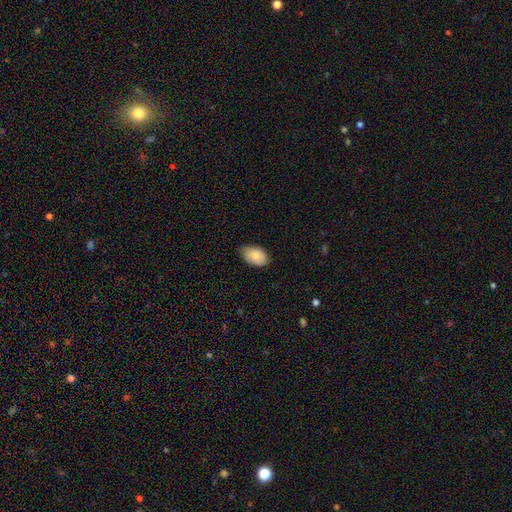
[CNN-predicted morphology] Q: Smooth or featured?
A: smooth (85%); runner-up: featured or disk (9%)
Q: How rounded?
A: in between (91%); runner-up: round (8%)
Q: Merging?
A: none (67%); runner-up: minor disturbance (28%)